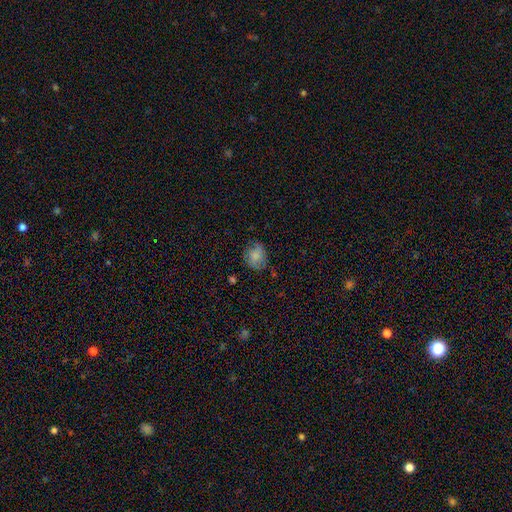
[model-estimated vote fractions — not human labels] The model was most divided on "how rounded": round: 61%, in between: 38%, cigar-shaped: 1%. More confident: smooth or featured — smooth (78%); merging — none (65%).